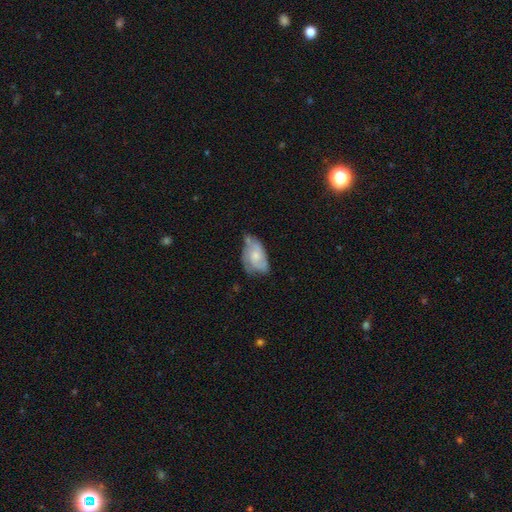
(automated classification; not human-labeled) featured or disk 53%, smooth 40%, star or artifact 7%. Down the decision tree: edge-on disk — no (95%); bar — no (78%); spiral arms — yes (73%); bulge size — small (45%); merging — none (39%).